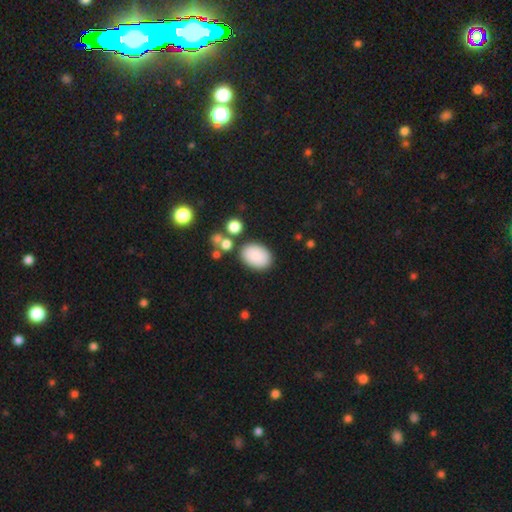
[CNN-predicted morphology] The model was most divided on "merging": none: 80%, minor disturbance: 11%, merger: 5%, major disturbance: 3%. More confident: smooth or featured — smooth (87%); how rounded — in between (86%).